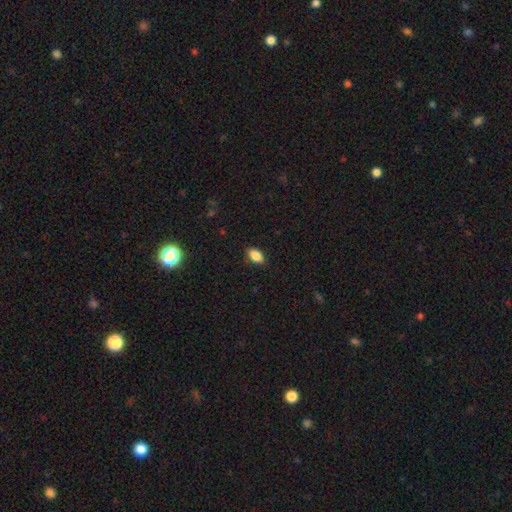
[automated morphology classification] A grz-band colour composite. It shows a smooth galaxy with no disk features (86%) that is in between round and cigar-shaped (90%). Merging: none (87%).